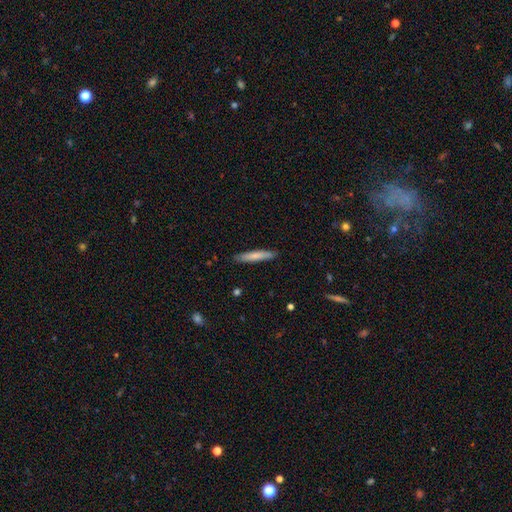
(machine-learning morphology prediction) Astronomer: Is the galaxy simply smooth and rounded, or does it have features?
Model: smooth — 76%.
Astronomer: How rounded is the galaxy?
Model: cigar-shaped — 91%.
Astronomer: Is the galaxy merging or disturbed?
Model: none — 89%.